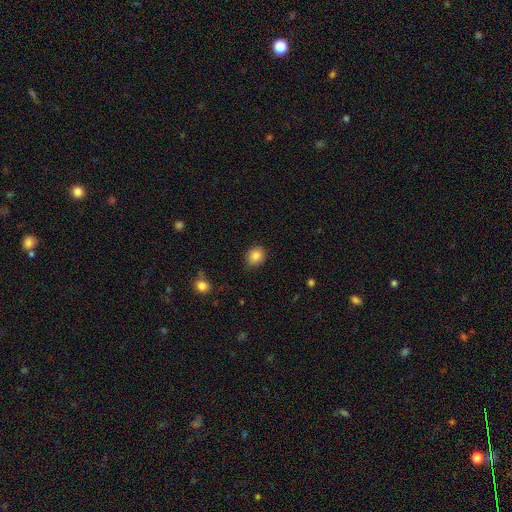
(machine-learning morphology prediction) A smooth galaxy with no disk features (85%) that is round (72%).

Vote fractions:
- Smooth or featured? smooth: 85% / star or artifact: 9% / featured or disk: 5%
- How rounded? round: 72% / in between: 28% / cigar-shaped: 1%
- Merging? none: 86% / minor disturbance: 10% / major disturbance: 2% / merger: 1%